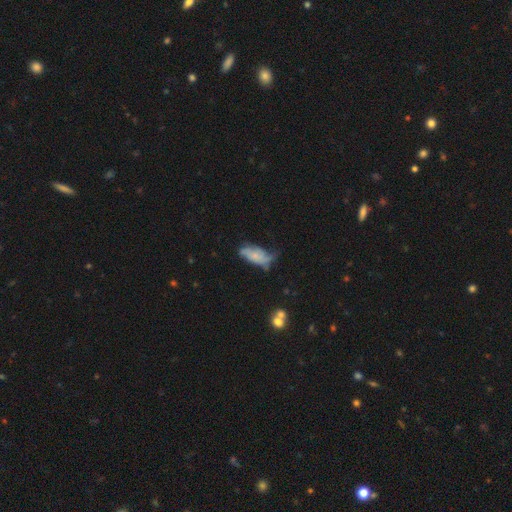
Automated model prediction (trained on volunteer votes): smooth_or_featured: smooth (p=0.50) [alt: featured or disk p=0.41]
how_rounded: in between (p=0.84) [alt: cigar-shaped p=0.13]
merging: minor disturbance (p=0.39) [alt: none p=0.29]